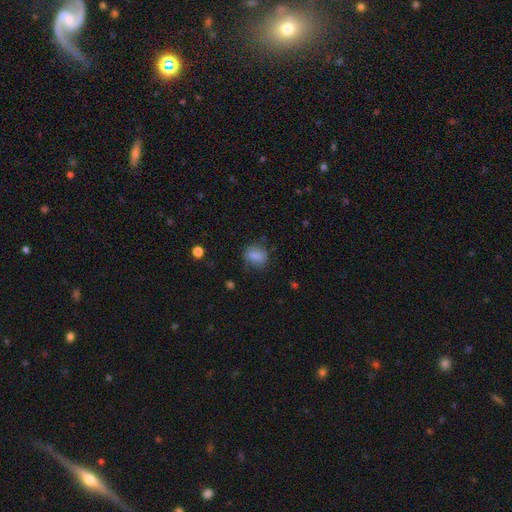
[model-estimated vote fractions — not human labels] A smooth galaxy with no disk features (82%) that is in between round and cigar-shaped (51%).

Vote fractions:
- Smooth or featured? smooth: 82% / star or artifact: 9% / featured or disk: 9%
- How rounded? in between: 51% / round: 47% / cigar-shaped: 2%
- Merging? none: 74% / minor disturbance: 18% / major disturbance: 6% / merger: 2%